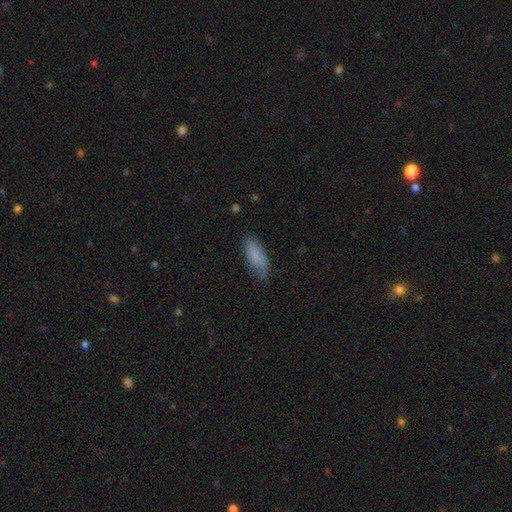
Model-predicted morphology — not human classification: A smooth galaxy with no disk features (76%) that is in between round and cigar-shaped (80%).

Vote fractions:
- Smooth or featured? smooth: 76% / featured or disk: 16% / star or artifact: 7%
- How rounded? in between: 80% / cigar-shaped: 18% / round: 2%
- Merging? none: 61% / minor disturbance: 28% / major disturbance: 9% / merger: 2%